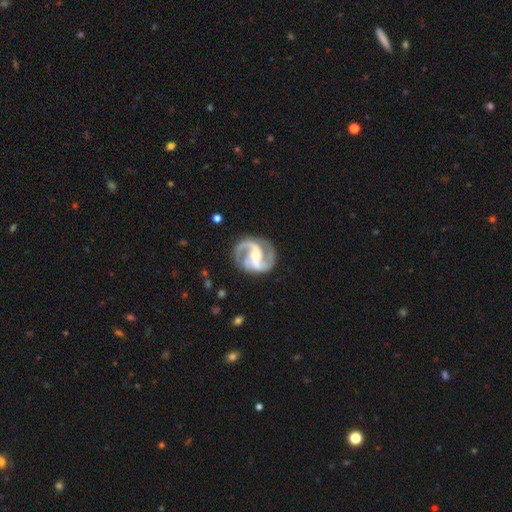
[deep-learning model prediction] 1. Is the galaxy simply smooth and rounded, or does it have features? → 92% featured or disk, 4% star or artifact, 4% smooth.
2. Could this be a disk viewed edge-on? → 98% no, 2% yes.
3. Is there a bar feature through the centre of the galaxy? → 37% weak, 36% strong, 28% no.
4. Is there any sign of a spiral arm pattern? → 98% yes, 2% no.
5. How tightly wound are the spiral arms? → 60% medium, 22% tight, 18% loose.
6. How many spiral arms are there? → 80% 2, 13% 3, 3% can't tell, 2% 4, 2% 1, 2% more than 4.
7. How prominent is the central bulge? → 51% moderate, 43% small, 3% large, 1% none, 1% dominant.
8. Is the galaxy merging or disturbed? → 80% none, 13% minor disturbance, 6% major disturbance, 2% merger.